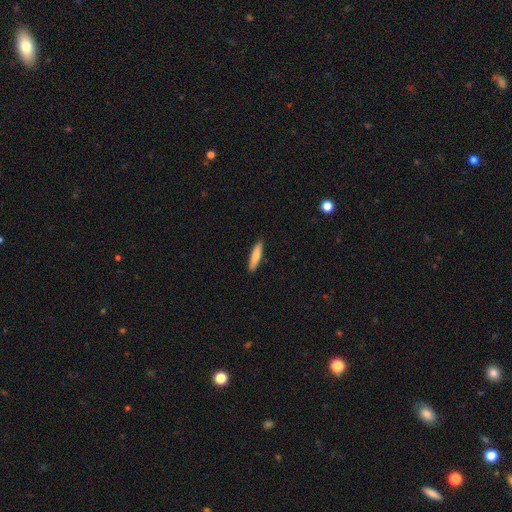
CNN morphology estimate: smooth_or_featured: smooth (p=0.81) [alt: featured or disk p=0.14]
how_rounded: cigar-shaped (p=0.83) [alt: in between p=0.15]
merging: none (p=0.91) [alt: minor disturbance p=0.07]